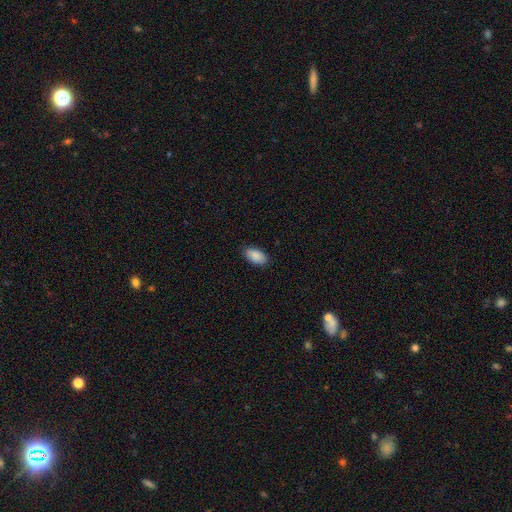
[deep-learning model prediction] Smooth or featured: smooth — 89% (star or artifact — 6%)
How rounded: in between — 94% (round — 4%)
Merging: none — 86% (minor disturbance — 11%)